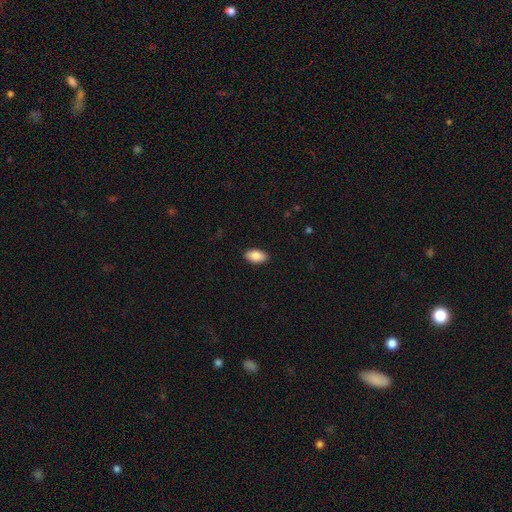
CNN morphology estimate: This is clearly a smooth galaxy (87%). How rounded: clearly in between (94%). Merging: clearly none (89%).